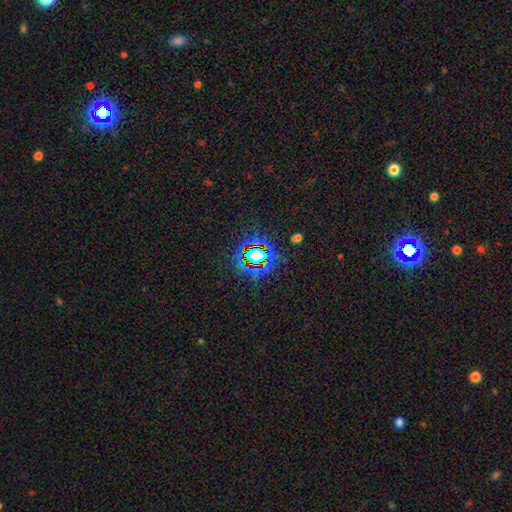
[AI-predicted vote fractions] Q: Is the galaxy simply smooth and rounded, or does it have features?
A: star or artifact — 72%.